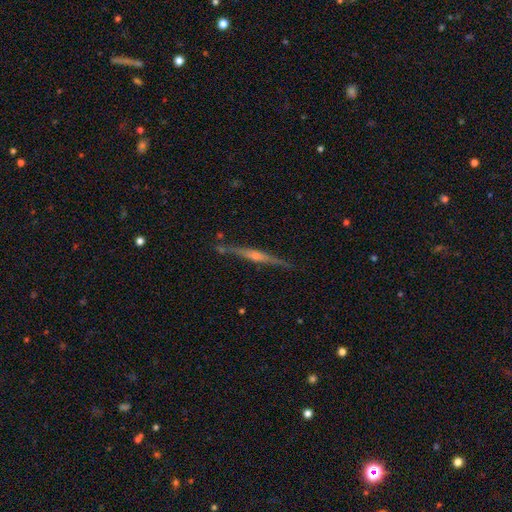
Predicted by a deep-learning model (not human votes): Smooth or featured: featured or disk — 79% (smooth — 14%)
Edge-on disk: yes — 98% (no — 2%)
Edge-on bulge: rounded — 78% (none — 14%)
Merging: none — 85% (minor disturbance — 10%)